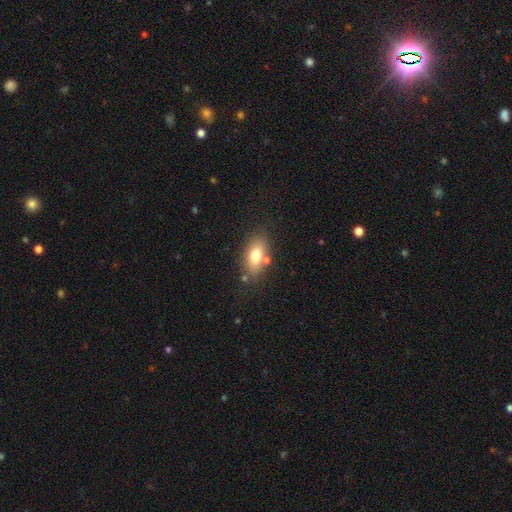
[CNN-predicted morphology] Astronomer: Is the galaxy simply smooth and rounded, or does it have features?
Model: smooth — 74%.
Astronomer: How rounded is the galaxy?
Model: in between — 86%.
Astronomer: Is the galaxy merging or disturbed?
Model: none — 74%.